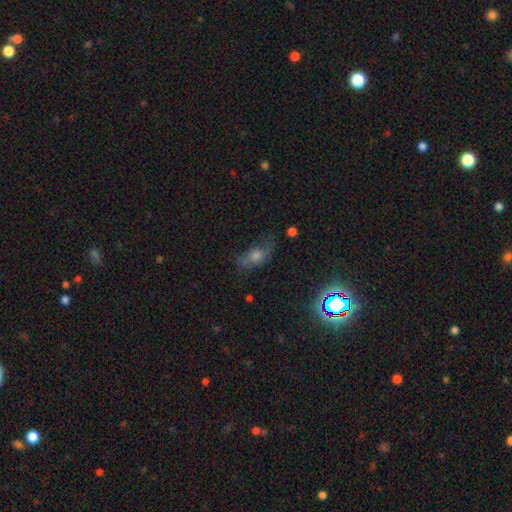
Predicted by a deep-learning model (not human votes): The model was most divided on "smooth or featured": smooth: 46%, featured or disk: 30%, star or artifact: 24%. More confident: merging — none (53%).